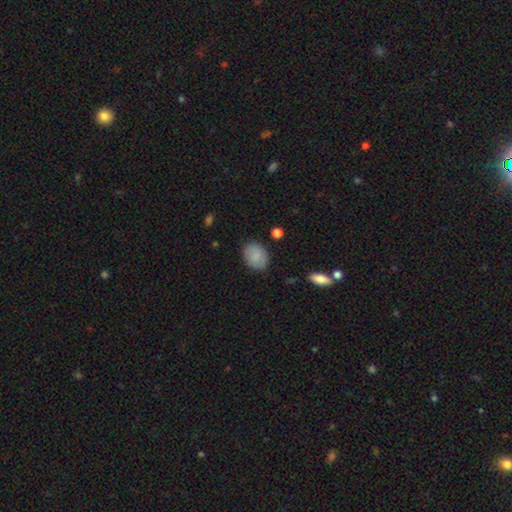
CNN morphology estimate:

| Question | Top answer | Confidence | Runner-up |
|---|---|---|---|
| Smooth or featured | smooth | 84% | featured or disk (9%) |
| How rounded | in between | 64% | round (35%) |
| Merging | none | 84% | minor disturbance (12%) |